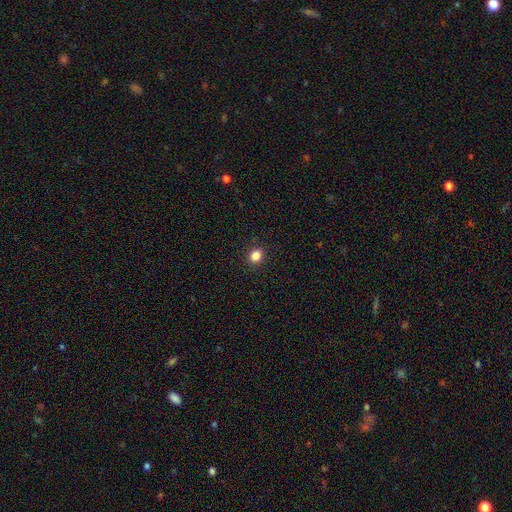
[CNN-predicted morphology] A smooth galaxy with no disk features (84%) that is round (63%).

Vote fractions:
- Smooth or featured? smooth: 84% / star or artifact: 12% / featured or disk: 4%
- How rounded? round: 63% / in between: 36% / cigar-shaped: 1%
- Merging? none: 91% / minor disturbance: 6% / major disturbance: 2% / merger: 1%